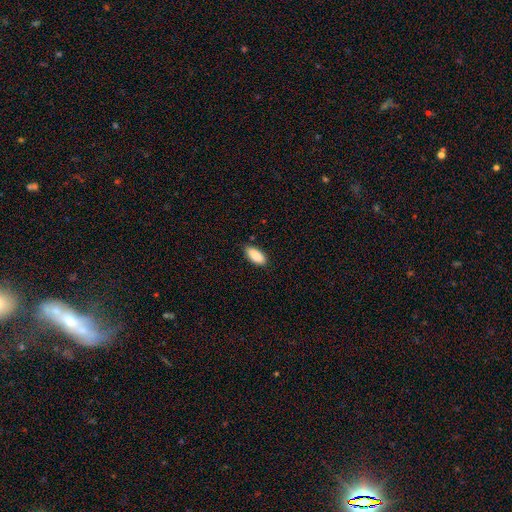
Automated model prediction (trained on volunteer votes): Smooth or featured? smooth (89%)
How rounded? in between (88%)
Merging? none (82%)